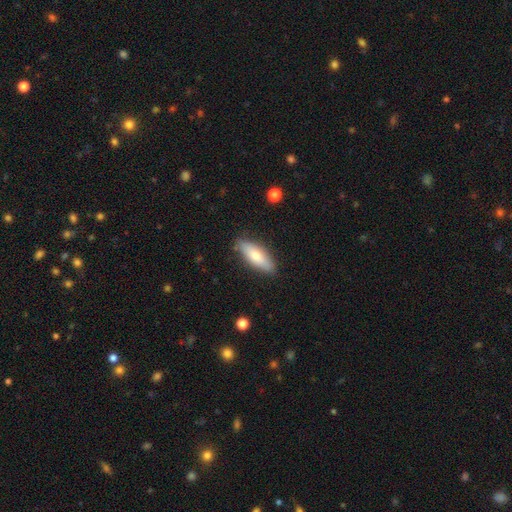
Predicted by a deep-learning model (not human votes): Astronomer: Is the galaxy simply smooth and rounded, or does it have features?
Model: smooth — 67%.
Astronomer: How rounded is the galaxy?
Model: in between — 62%.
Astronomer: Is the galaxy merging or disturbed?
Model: none — 83%.